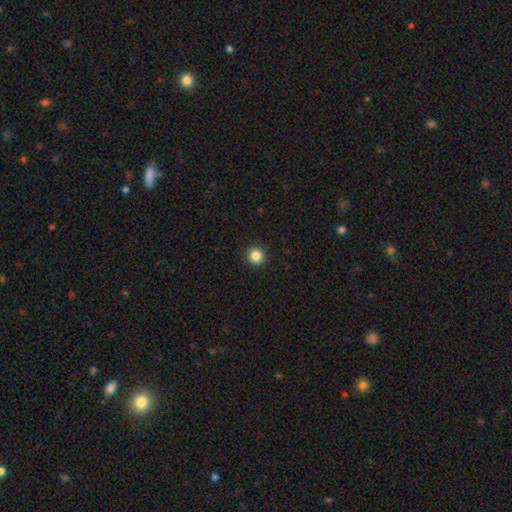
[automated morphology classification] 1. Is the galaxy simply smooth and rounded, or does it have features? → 85% smooth, 11% star or artifact, 4% featured or disk.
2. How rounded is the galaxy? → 96% round, 3% in between, 1% cigar-shaped.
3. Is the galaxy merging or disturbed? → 94% none, 4% minor disturbance, 1% major disturbance, 1% merger.